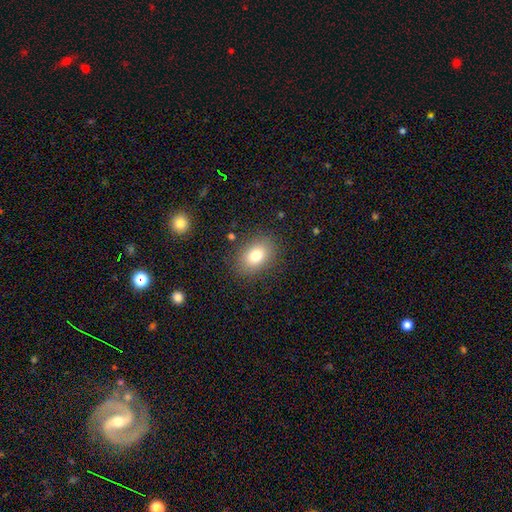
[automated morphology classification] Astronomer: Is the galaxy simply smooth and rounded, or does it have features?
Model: smooth — 78%.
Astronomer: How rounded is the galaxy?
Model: in between — 73%.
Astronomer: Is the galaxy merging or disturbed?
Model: none — 86%.